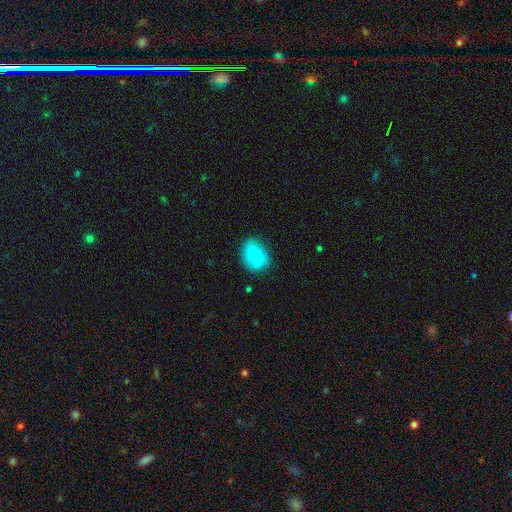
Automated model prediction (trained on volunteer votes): smooth-or-featured: smooth: 65% | featured or disk: 27% | star or artifact: 8%
  how-rounded: in between: 67% | round: 27% | cigar-shaped: 6%
  merging: none: 76% | minor disturbance: 16% | major disturbance: 5% | merger: 3%